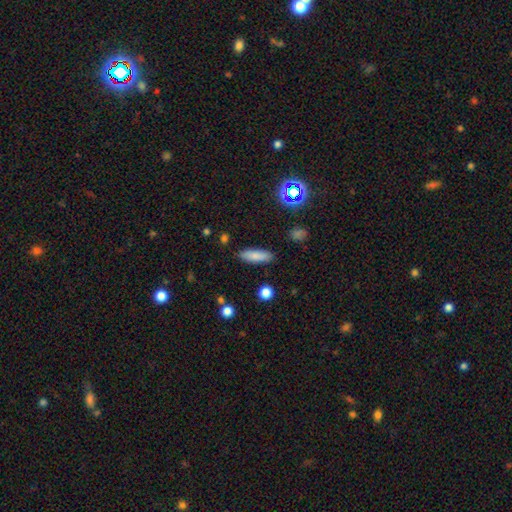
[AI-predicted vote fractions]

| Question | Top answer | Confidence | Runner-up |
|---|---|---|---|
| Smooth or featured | smooth | 82% | featured or disk (10%) |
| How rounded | in between | 53% | cigar-shaped (45%) |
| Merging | none | 87% | minor disturbance (9%) |